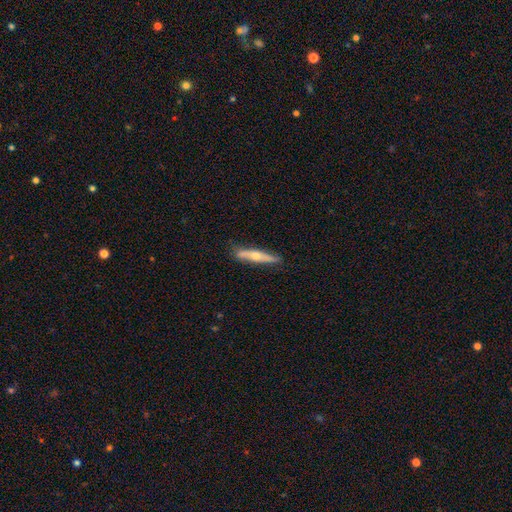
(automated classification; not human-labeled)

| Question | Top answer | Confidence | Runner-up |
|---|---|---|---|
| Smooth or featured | featured or disk | 58% | smooth (37%) |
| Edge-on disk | yes | 91% | no (9%) |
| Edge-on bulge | rounded | 88% | none (9%) |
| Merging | none | 83% | minor disturbance (13%) |